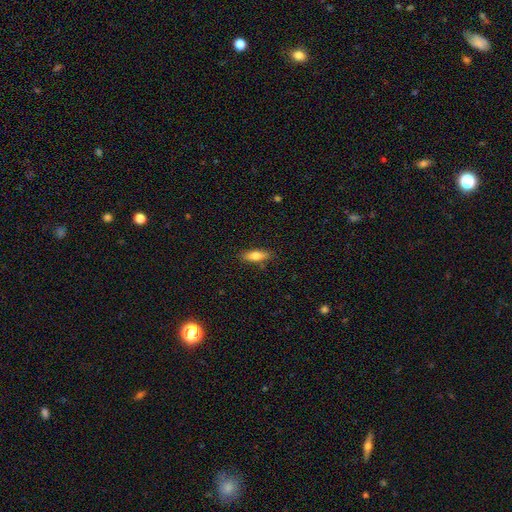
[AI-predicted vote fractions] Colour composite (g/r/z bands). It shows a smooth galaxy with no disk features (75%) that is in between round and cigar-shaped (56%). Merging: none (84%).